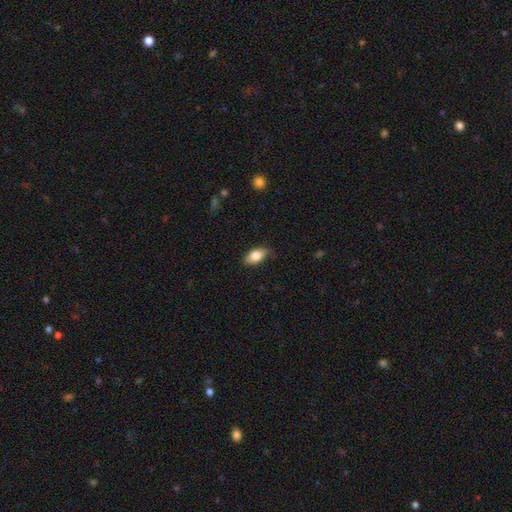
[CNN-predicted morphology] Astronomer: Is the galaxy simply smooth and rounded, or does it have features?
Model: smooth — 82%.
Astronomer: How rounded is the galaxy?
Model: in between — 90%.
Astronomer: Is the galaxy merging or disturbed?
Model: none — 81%.